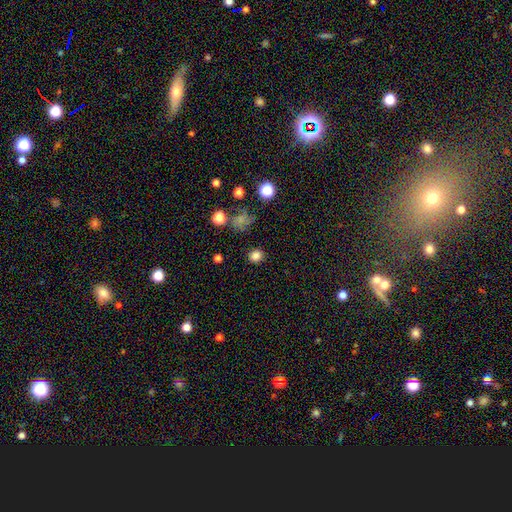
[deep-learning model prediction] Smooth or featured? Predicted: smooth (p=0.82). How rounded? Predicted: round (p=0.86). Merging? Predicted: none (p=0.87).